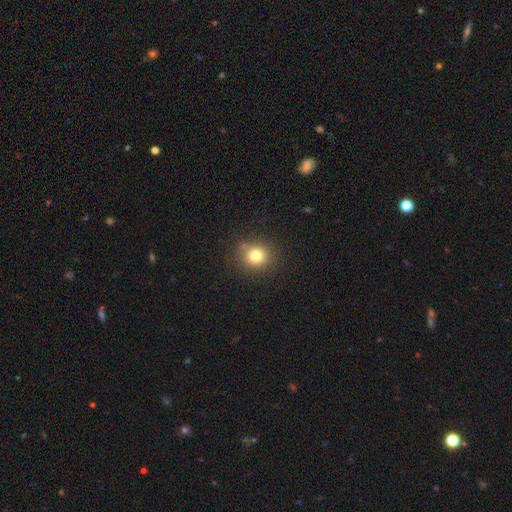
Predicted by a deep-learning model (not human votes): smooth 77%, star or artifact 14%, featured or disk 9%. Down the decision tree: how rounded — round (81%); merging — none (81%).